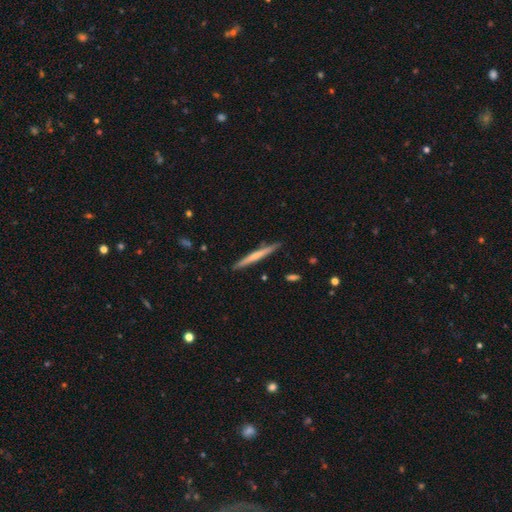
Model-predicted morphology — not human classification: A featured or disk galaxy (48%).

Vote fractions:
- Smooth or featured? featured or disk: 48% / smooth: 47% / star or artifact: 5%
- Merging? none: 90% / minor disturbance: 7% / merger: 2% / major disturbance: 1%